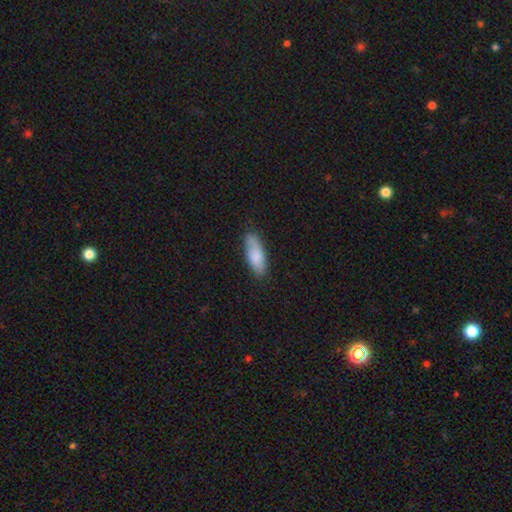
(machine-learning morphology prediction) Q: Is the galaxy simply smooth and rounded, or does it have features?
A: smooth — 82%.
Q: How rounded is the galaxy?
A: in between — 69%.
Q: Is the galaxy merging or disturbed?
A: none — 75%.